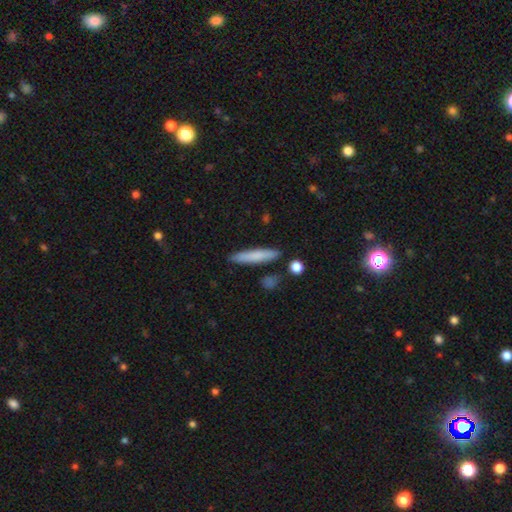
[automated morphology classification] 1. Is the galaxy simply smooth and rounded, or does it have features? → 76% smooth, 18% featured or disk, 6% star or artifact.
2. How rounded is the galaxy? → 91% cigar-shaped, 7% in between, 2% round.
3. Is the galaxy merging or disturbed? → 87% none, 8% minor disturbance, 3% merger, 2% major disturbance.